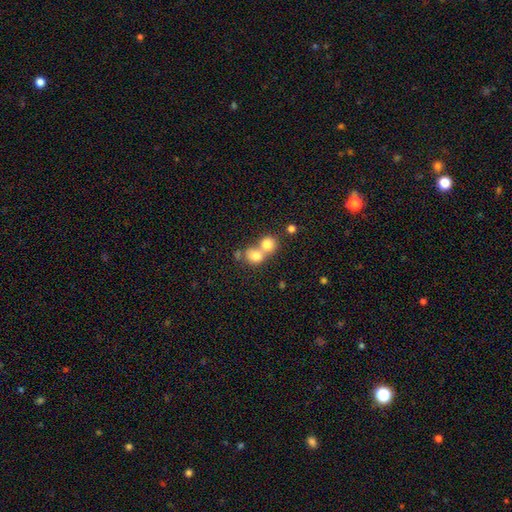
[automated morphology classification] Q: Smooth or featured?
A: smooth (77%); runner-up: featured or disk (12%)
Q: How rounded?
A: round (69%); runner-up: in between (30%)
Q: Merging?
A: merger (64%); runner-up: none (28%)